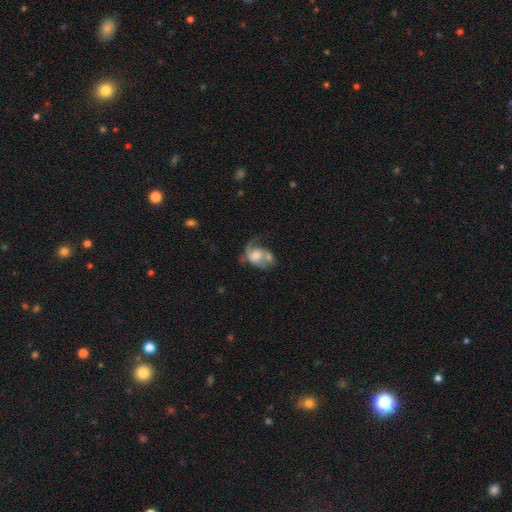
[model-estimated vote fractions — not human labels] smooth_or_featured: featured or disk (p=0.62) [alt: smooth p=0.31]
disk_edge_on: no (p=0.97) [alt: yes p=0.03]
bar: no (p=0.70) [alt: weak p=0.25]
has_spiral_arms: yes (p=0.78) [alt: no p=0.22]
bulge_size: moderate (p=0.40) [alt: small p=0.23]
merging: merger (p=0.34) [alt: major disturbance p=0.29]